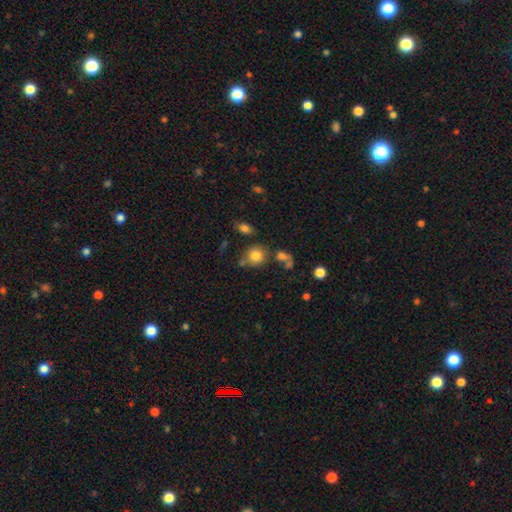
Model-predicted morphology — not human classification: smooth_or_featured: smooth (p=0.80) [alt: star or artifact p=0.11]
how_rounded: round (p=0.82) [alt: in between p=0.17]
merging: none (p=0.65) [alt: merger p=0.15]